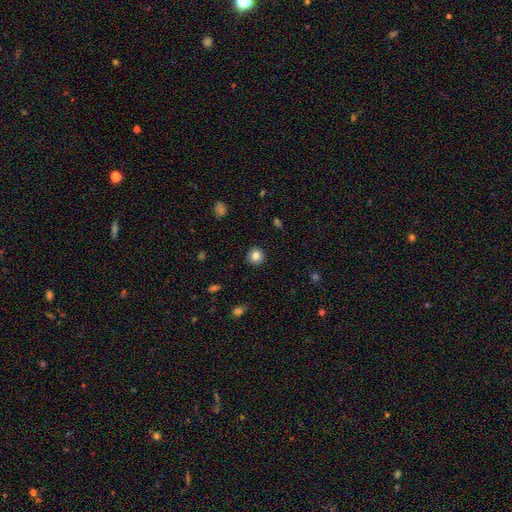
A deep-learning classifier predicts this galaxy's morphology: smooth-or-featured: smooth: 83% | star or artifact: 10% | featured or disk: 7%
  how-rounded: round: 93% | in between: 6% | cigar-shaped: 1%
  merging: none: 92% | minor disturbance: 5% | major disturbance: 2% | merger: 1%